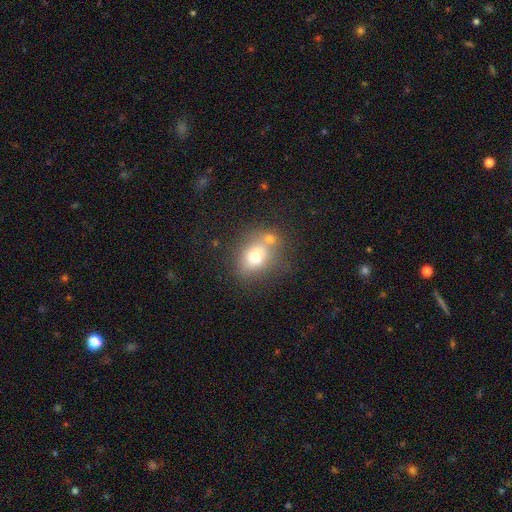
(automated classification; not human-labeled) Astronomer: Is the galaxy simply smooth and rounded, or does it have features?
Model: smooth — 70%.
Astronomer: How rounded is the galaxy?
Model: in between — 53% (runner-up: round, 46%).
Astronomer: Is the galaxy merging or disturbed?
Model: none — 48% (runner-up: merger, 32%).